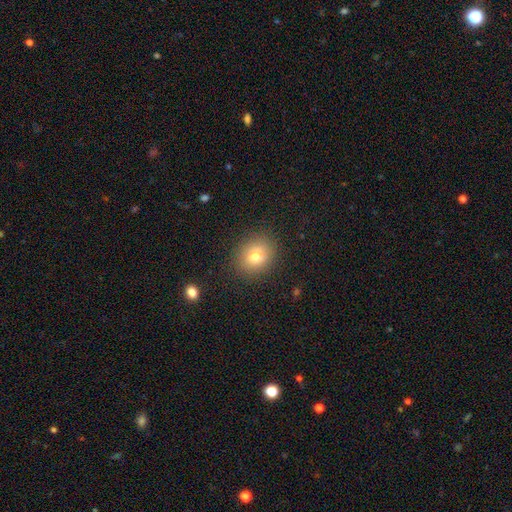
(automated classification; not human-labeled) This appears to be a smooth galaxy with no disk features (75%) that is round (62%). Merging: none (87%).